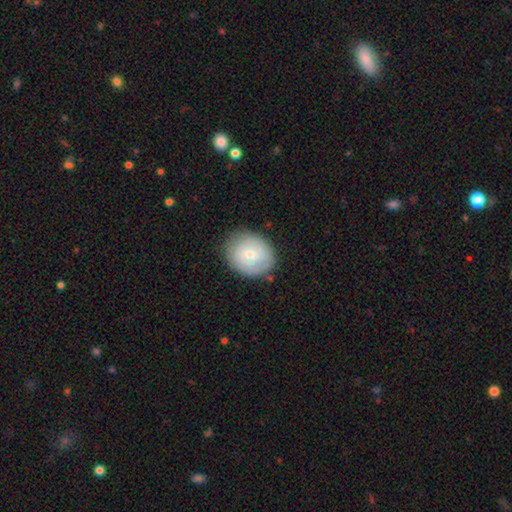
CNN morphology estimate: A smooth galaxy with no disk features (52%) that is round (71%).

Vote fractions:
- Smooth or featured? smooth: 52% / featured or disk: 41% / star or artifact: 7%
- How rounded? round: 71% / in between: 28% / cigar-shaped: 1%
- Merging? none: 81% / minor disturbance: 14% / major disturbance: 4% / merger: 2%